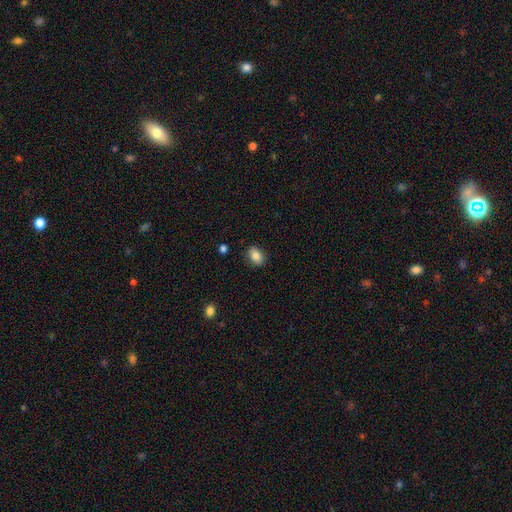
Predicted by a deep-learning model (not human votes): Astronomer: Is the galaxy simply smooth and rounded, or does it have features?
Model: smooth — 85%.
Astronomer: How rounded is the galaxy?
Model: in between — 82%.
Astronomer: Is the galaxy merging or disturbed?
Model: none — 86%.